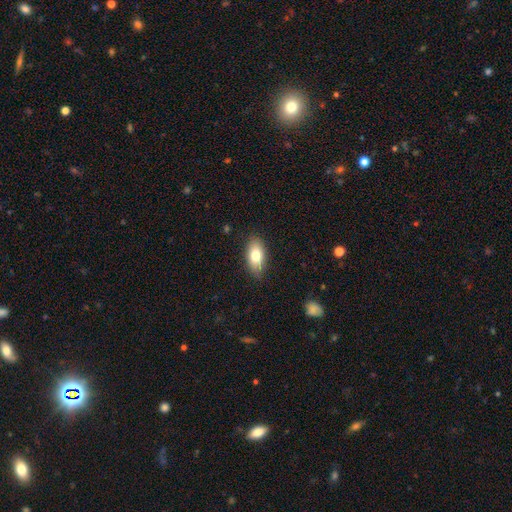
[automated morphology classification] A smooth galaxy with no disk features (78%) that is in between round and cigar-shaped (89%). Merging: none (83%).